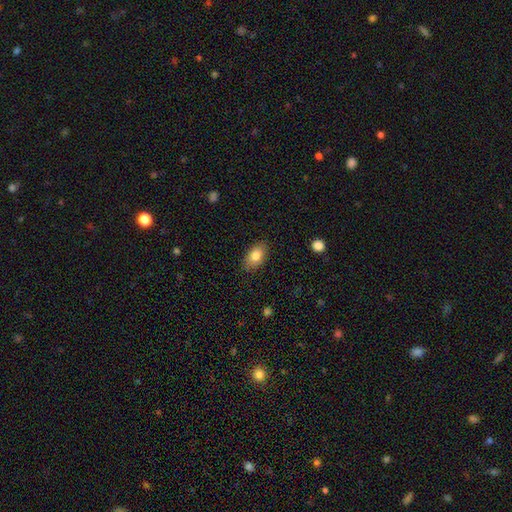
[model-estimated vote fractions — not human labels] Q: Smooth or featured?
A: smooth (82%); runner-up: featured or disk (10%)
Q: How rounded?
A: in between (90%); runner-up: round (8%)
Q: Merging?
A: none (85%); runner-up: minor disturbance (11%)